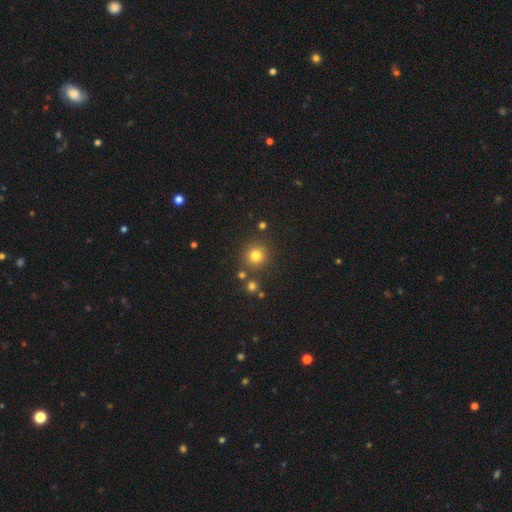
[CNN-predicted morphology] Smooth or featured? smooth (79%)
How rounded? round (93%)
Merging? none (84%)